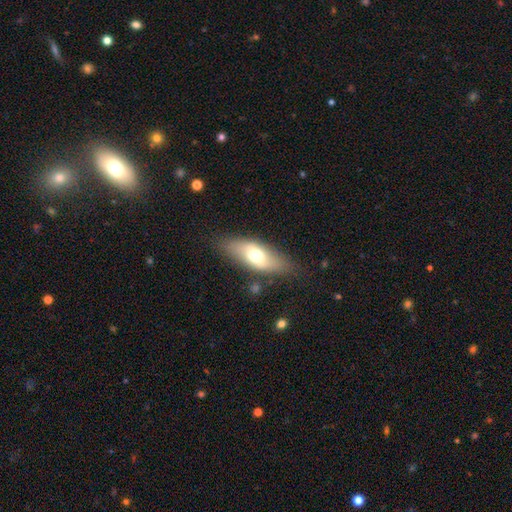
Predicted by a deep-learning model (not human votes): The model was most divided on "smooth or featured": smooth: 62%, featured or disk: 32%, star or artifact: 7%. More confident: merging — none (79%); how rounded — in between (74%).